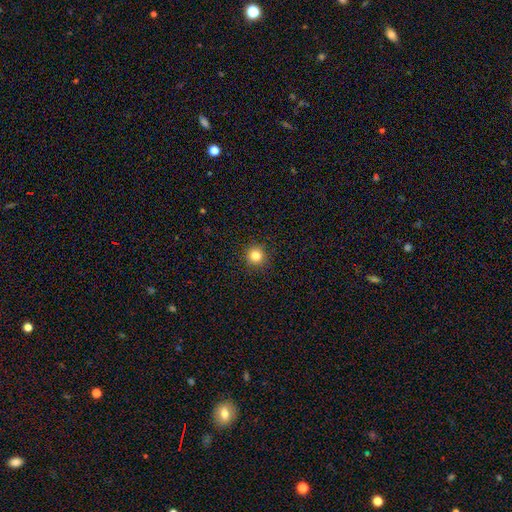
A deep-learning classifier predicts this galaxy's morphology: Smooth or featured: smooth — 82% (star or artifact — 13%)
How rounded: round — 94% (in between — 5%)
Merging: none — 92% (minor disturbance — 5%)